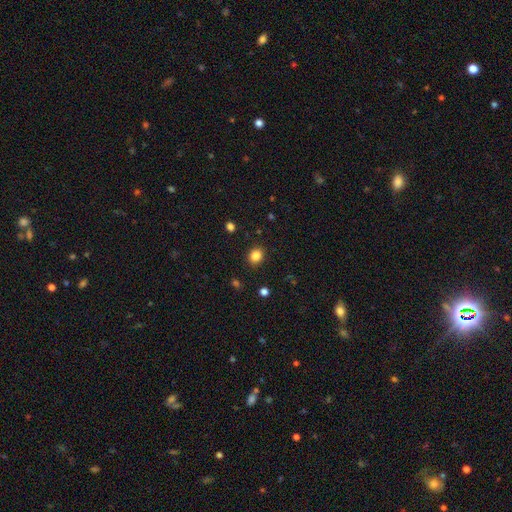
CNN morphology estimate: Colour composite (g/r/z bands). It shows a smooth galaxy with no disk features (85%) that is round (66%). Merging: none (89%).